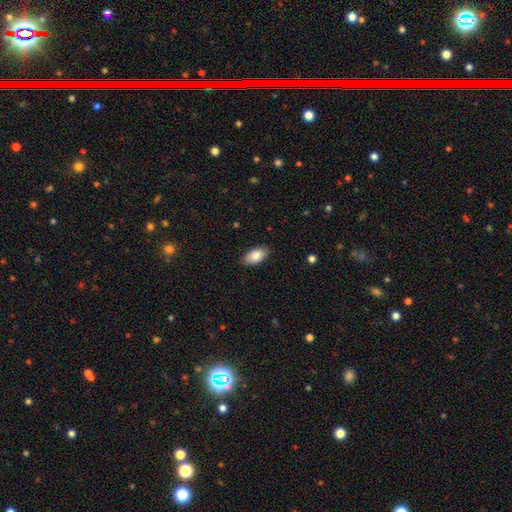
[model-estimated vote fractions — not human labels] smooth-or-featured: smooth: 85% | featured or disk: 8% | star or artifact: 6%
  how-rounded: in between: 94% | round: 4% | cigar-shaped: 2%
  merging: none: 86% | minor disturbance: 11% | major disturbance: 2% | merger: 1%